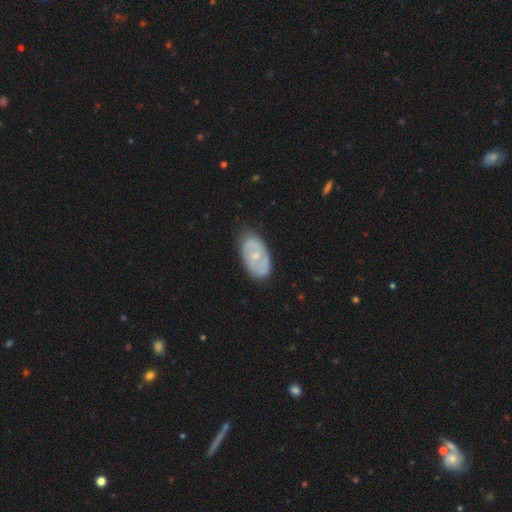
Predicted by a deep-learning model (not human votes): This appears to be a featured or disk galaxy (60%) with no bar (74%), no spiral arms (57%) and a small central bulge (58%). Merging: none (77%).